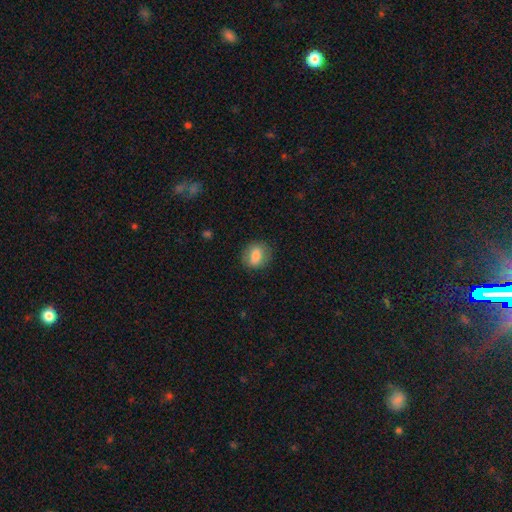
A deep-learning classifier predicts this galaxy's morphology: The model was most divided on "how rounded": round: 52%, in between: 47%, cigar-shaped: 2%. More confident: merging — none (80%); smooth or featured — smooth (79%).